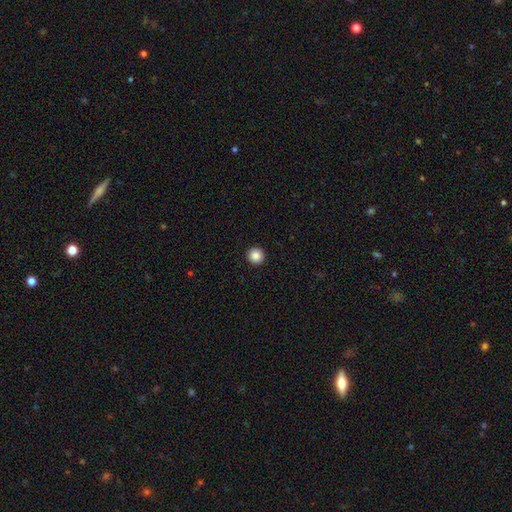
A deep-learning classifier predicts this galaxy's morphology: smooth 87%, star or artifact 9%, featured or disk 4%. Down the decision tree: how rounded — round (96%); merging — none (94%).